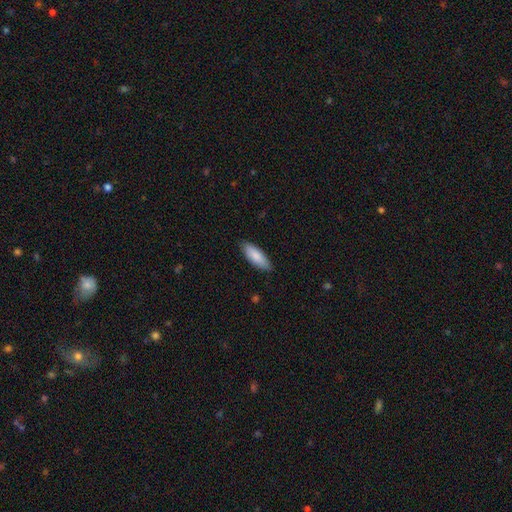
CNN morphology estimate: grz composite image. It shows a smooth galaxy with no disk features (86%) that is in between round and cigar-shaped (65%). Merging: none (87%).